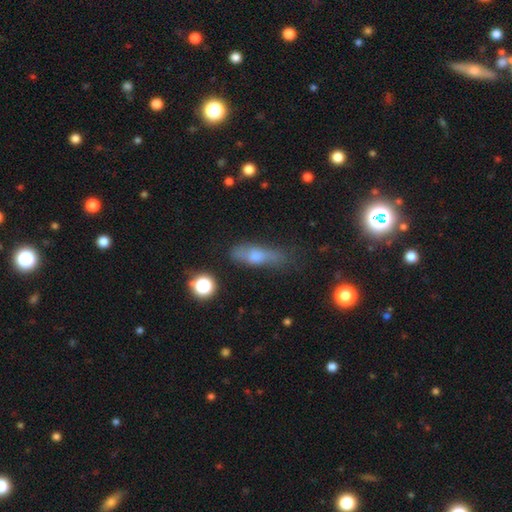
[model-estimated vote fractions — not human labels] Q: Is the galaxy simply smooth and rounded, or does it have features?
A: smooth — 59%.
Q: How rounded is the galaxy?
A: cigar-shaped — 49%.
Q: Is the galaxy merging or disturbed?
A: none — 55%.